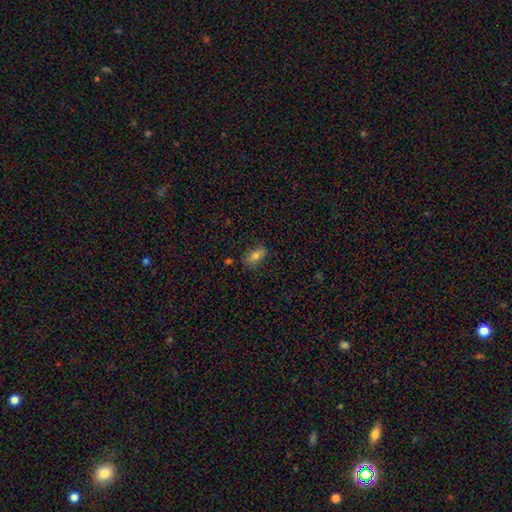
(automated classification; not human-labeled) The model was most divided on "merging": none: 78%, minor disturbance: 16%, major disturbance: 3%, merger: 2%. More confident: how rounded — in between (87%); smooth or featured — smooth (78%).